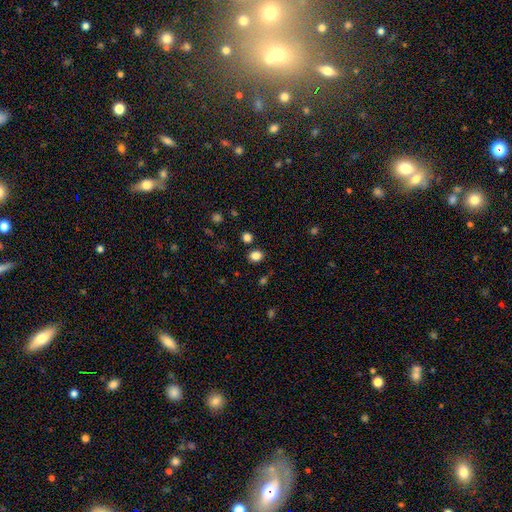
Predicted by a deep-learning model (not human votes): Morphology: type=smooth (83%); roundness=round (56%); merging=none (85%).